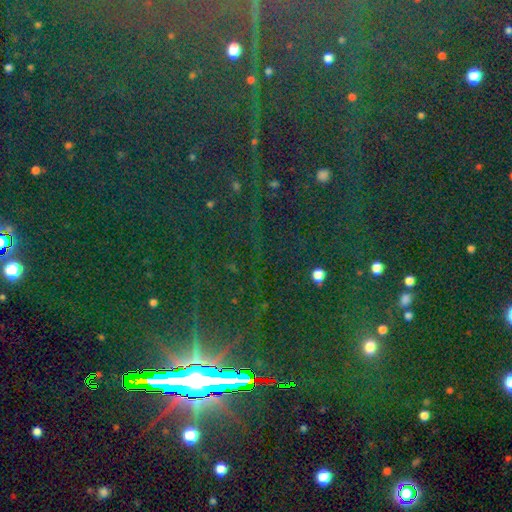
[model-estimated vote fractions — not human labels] The model was most divided on "smooth or featured": star or artifact: 81%, smooth: 10%, featured or disk: 8%.